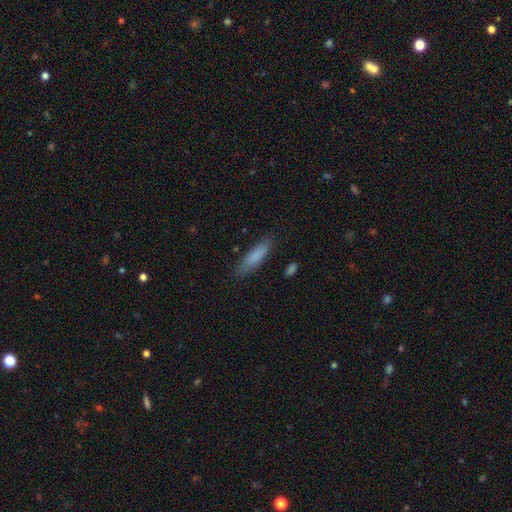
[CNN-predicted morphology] This appears to be a smooth galaxy with no disk features (82%) that is cigar-shaped (69%). Merging: none (82%).